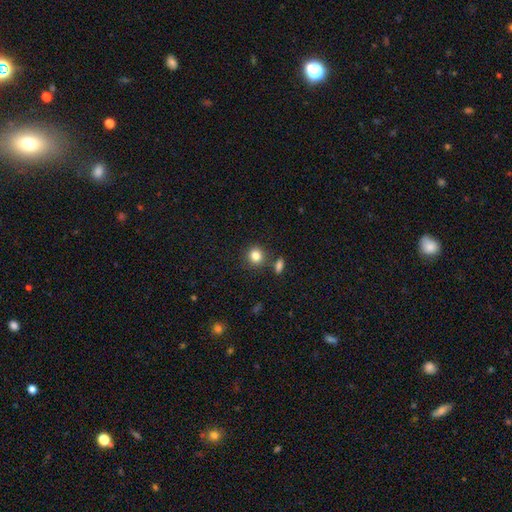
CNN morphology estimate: Overall: smooth (84%). How rounded: round (87%). Merging: none (80%).